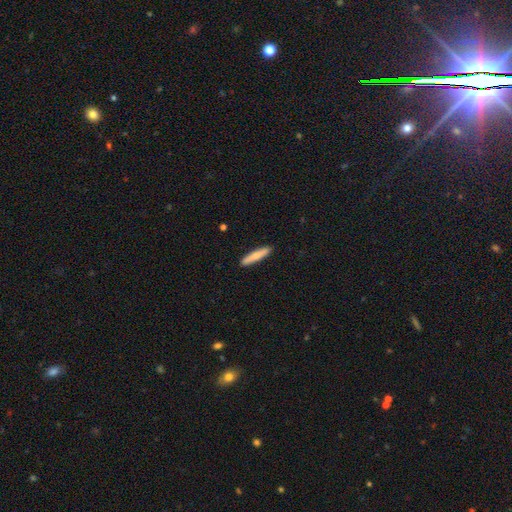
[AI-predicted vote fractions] A smooth galaxy with no disk features (76%) that is cigar-shaped (90%).

Vote fractions:
- Smooth or featured? smooth: 76% / featured or disk: 18% / star or artifact: 5%
- How rounded? cigar-shaped: 90% / in between: 9% / round: 1%
- Merging? none: 91% / minor disturbance: 7% / major disturbance: 1% / merger: 1%